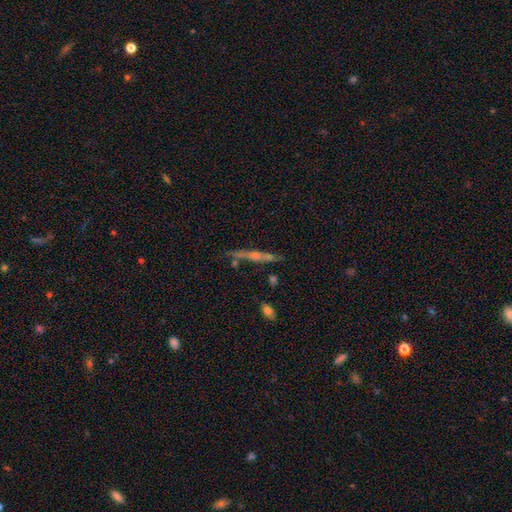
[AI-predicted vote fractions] Smooth or featured?
  - featured or disk: 67% *
  - smooth: 23%
  - star or artifact: 11%
Edge-on disk?
  - yes: 94% *
  - no: 6%
Edge-on bulge?
  - rounded: 66% *
  - none: 25%
  - boxy: 9%
Merging?
  - none: 76% *
  - minor disturbance: 14%
  - merger: 6%
  - major disturbance: 4%